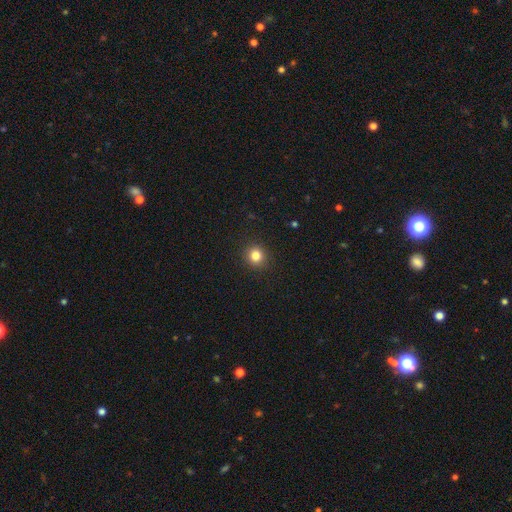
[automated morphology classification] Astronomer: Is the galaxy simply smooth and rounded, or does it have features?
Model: smooth — 83%.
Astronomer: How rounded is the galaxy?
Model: round — 90%.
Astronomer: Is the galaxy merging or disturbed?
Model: none — 91%.